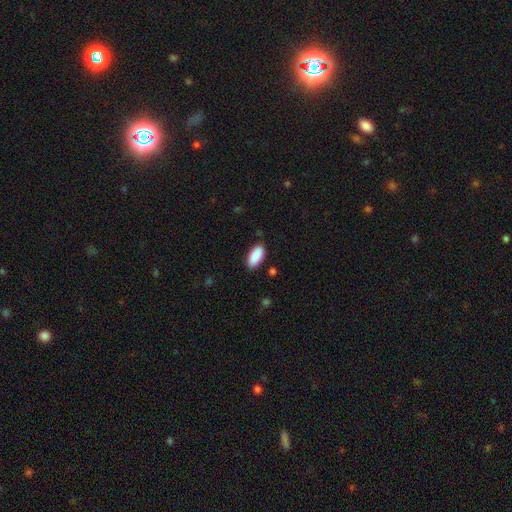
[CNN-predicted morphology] Q: Smooth or featured?
A: smooth (90%); runner-up: star or artifact (6%)
Q: How rounded?
A: in between (92%); runner-up: cigar-shaped (6%)
Q: Merging?
A: none (87%); runner-up: minor disturbance (10%)